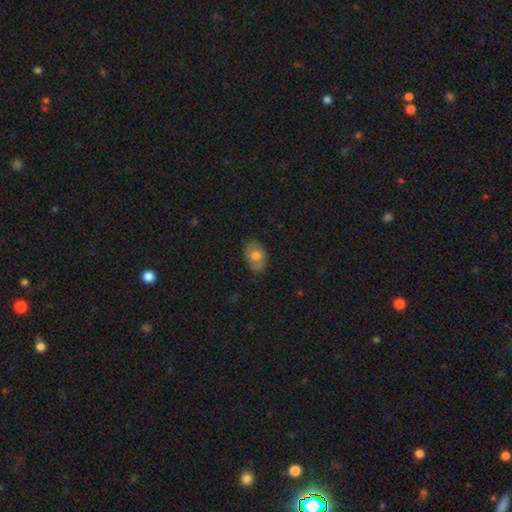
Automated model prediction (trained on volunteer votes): Smooth or featured? Predicted: smooth (p=0.62). How rounded? Predicted: in between (p=0.83). Merging? Predicted: none (p=0.79).